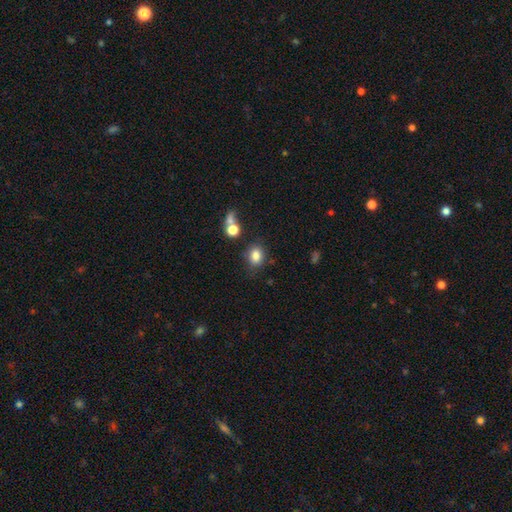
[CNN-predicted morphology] Overall: smooth (82%). How rounded: in between (50%; round 49%). Merging: none (74%).